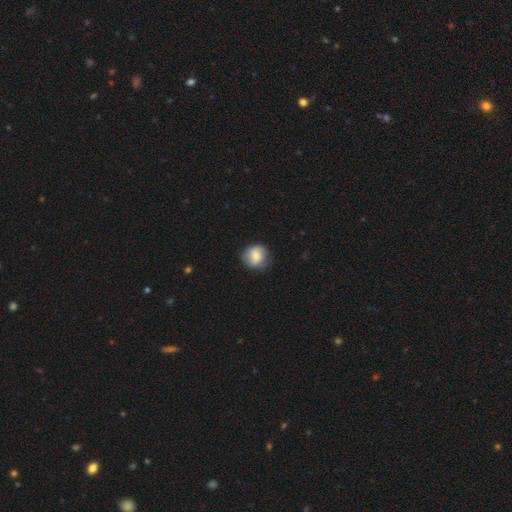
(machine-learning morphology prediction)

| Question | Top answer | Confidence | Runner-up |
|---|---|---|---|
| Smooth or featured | smooth | 65% | featured or disk (28%) |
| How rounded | round | 81% | in between (18%) |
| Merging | none | 77% | minor disturbance (17%) |